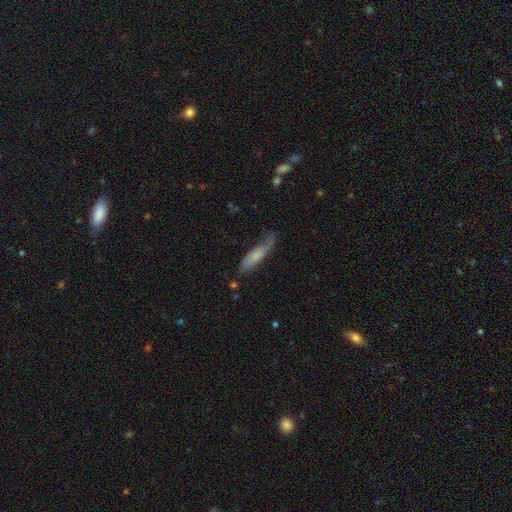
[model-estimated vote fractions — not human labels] A smooth galaxy with no disk features (60%) that is cigar-shaped (71%).

Vote fractions:
- Smooth or featured? smooth: 60% / featured or disk: 34% / star or artifact: 7%
- How rounded? cigar-shaped: 71% / in between: 27% / round: 2%
- Merging? none: 52% / minor disturbance: 32% / major disturbance: 13% / merger: 3%